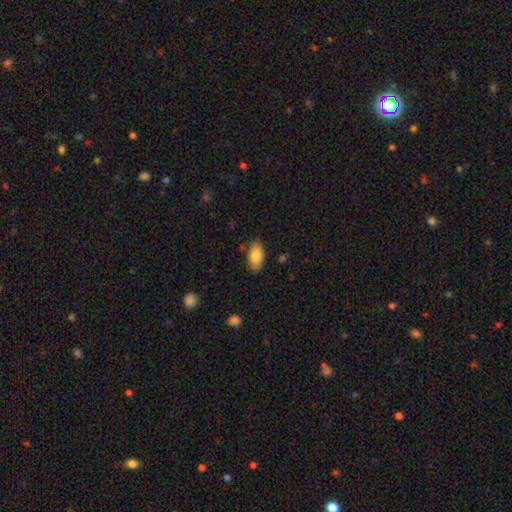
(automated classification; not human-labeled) smooth 83%, featured or disk 10%, star or artifact 7%. Down the decision tree: how rounded — in between (93%); merging — none (83%).